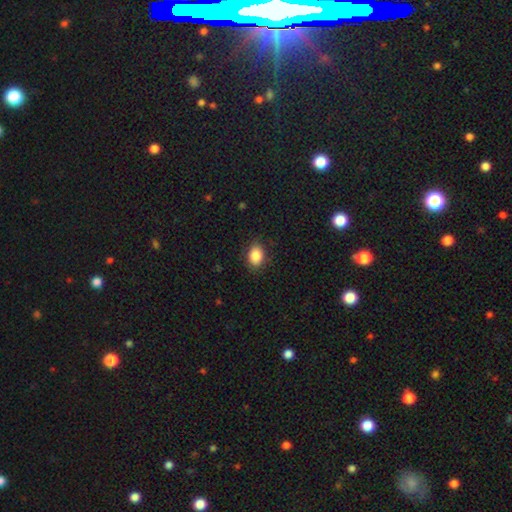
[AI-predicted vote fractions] Overall: smooth (86%). How rounded: in between (75%). Merging: none (84%).